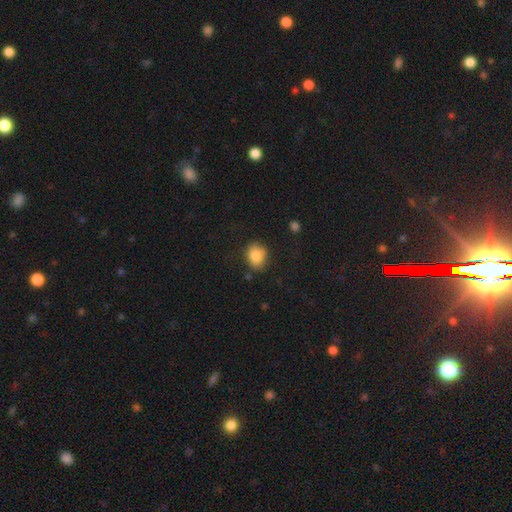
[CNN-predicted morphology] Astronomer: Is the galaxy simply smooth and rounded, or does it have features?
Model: smooth — 84%.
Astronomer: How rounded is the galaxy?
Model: round — 50% (runner-up: in between, 49%).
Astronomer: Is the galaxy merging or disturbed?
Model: none — 74%.